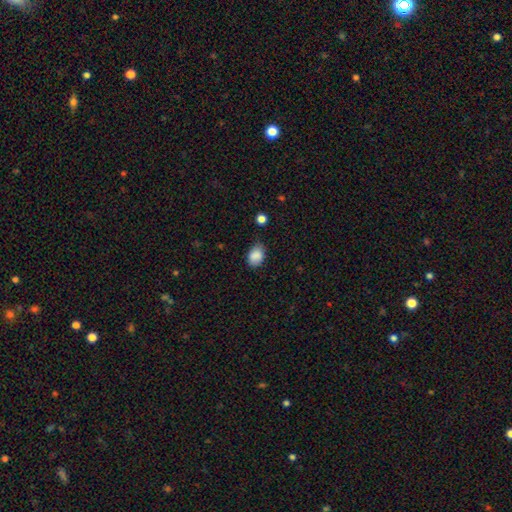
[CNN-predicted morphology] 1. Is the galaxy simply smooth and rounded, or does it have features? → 87% smooth, 9% star or artifact, 5% featured or disk.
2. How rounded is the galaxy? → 70% in between, 29% round, 1% cigar-shaped.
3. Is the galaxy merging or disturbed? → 66% none, 27% minor disturbance, 5% major disturbance, 2% merger.